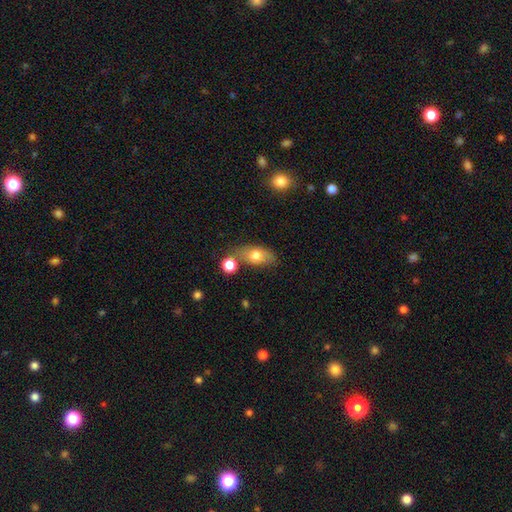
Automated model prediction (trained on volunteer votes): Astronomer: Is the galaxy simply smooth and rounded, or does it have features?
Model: smooth — 71%.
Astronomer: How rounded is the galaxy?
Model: in between — 82%.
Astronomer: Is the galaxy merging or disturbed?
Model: none — 64%.